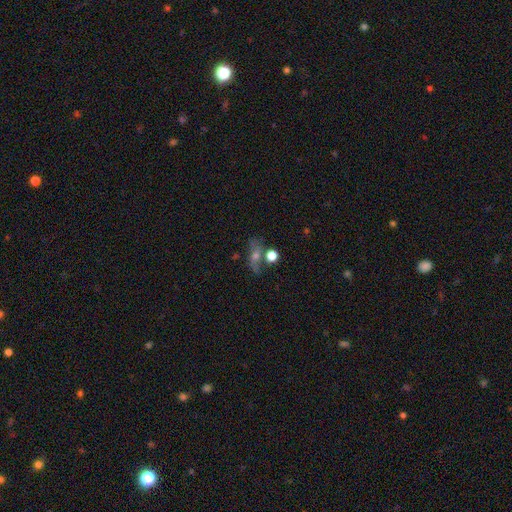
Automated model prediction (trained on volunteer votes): A featured or disk galaxy (47%).

Vote fractions:
- Smooth or featured? featured or disk: 47% / smooth: 32% / star or artifact: 21%
- Merging? none: 49% / merger: 19% / minor disturbance: 17% / major disturbance: 15%